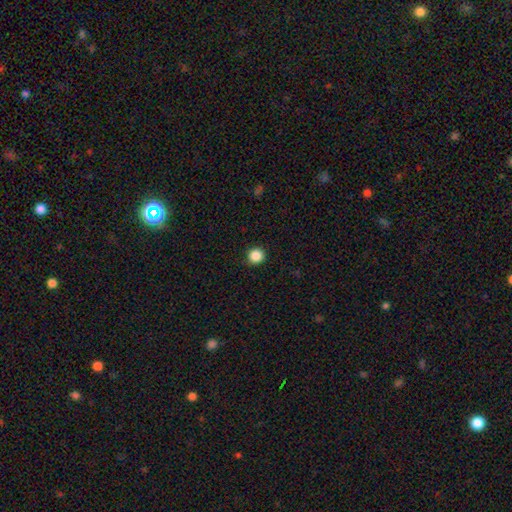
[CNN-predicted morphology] Smooth or featured? smooth (87%)
How rounded? round (96%)
Merging? none (92%)